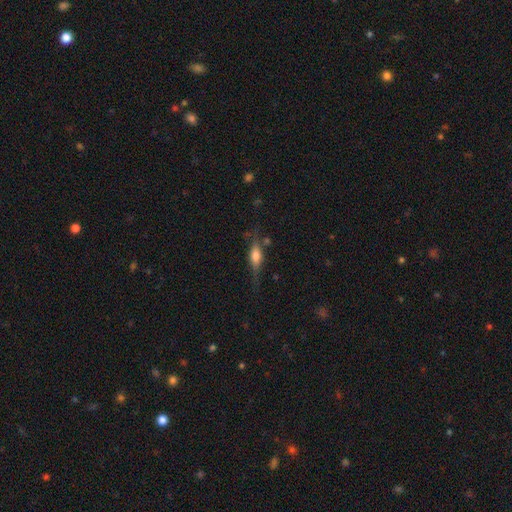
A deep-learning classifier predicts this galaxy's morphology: This appears to be a featured or disk galaxy (50%). Merging: none (68%).